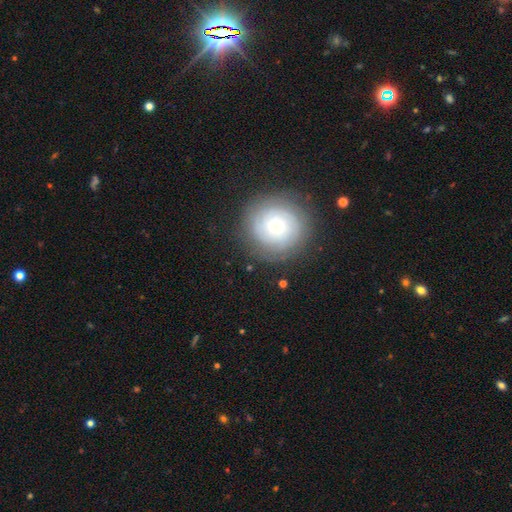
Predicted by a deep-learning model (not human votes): Morphology: type=smooth (45%); merging=none (85%).